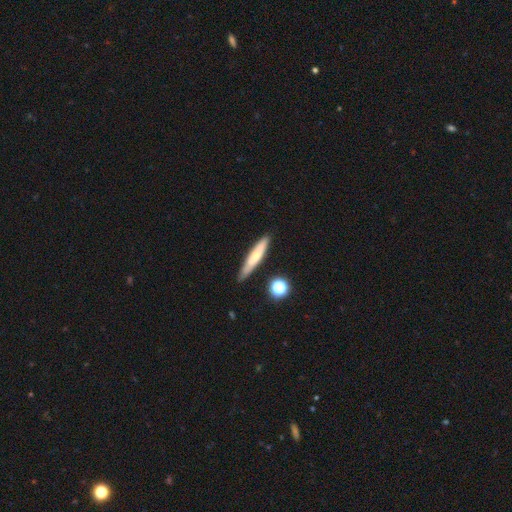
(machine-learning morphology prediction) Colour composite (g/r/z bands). It shows a smooth galaxy with no disk features (63%) that is cigar-shaped (89%). Merging: none (81%).